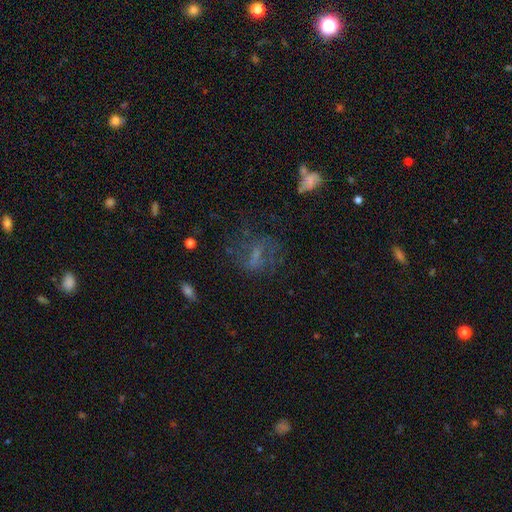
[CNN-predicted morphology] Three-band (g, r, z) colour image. It shows a featured or disk galaxy (42%). Merging: none (53%).